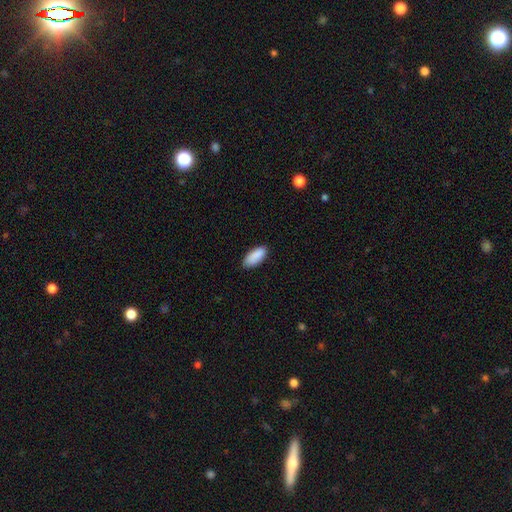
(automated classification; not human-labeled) A smooth galaxy with no disk features (90%) that is in between round and cigar-shaped (86%). Merging: none (83%).